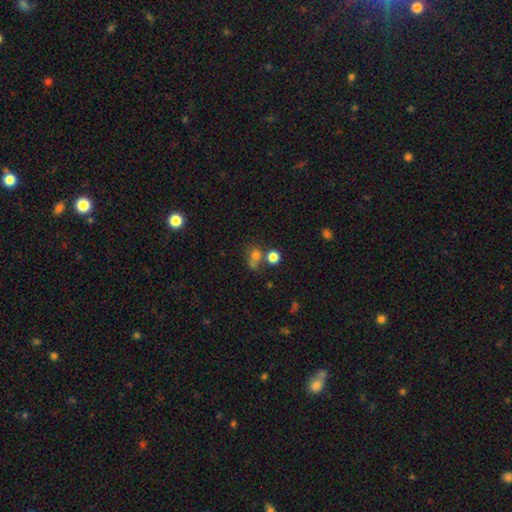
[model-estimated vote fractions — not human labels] This appears to be a smooth galaxy with no disk features (68%) that is round (78%). Merging: none (45%).